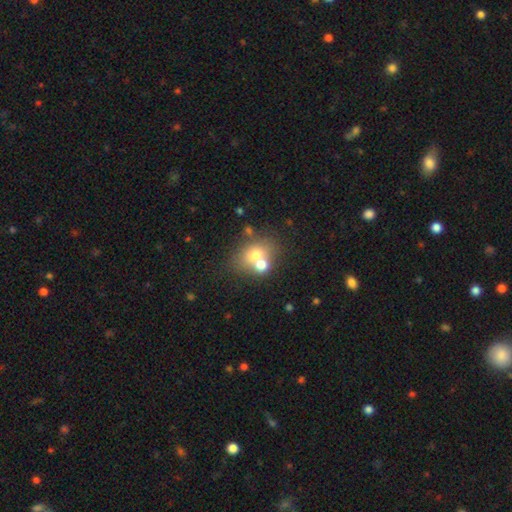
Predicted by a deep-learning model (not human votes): A smooth galaxy with no disk features (66%) that is round (56%).

Vote fractions:
- Smooth or featured? smooth: 66% / featured or disk: 21% / star or artifact: 13%
- How rounded? round: 56% / in between: 43% / cigar-shaped: 1%
- Merging? merger: 44% / none: 42% / minor disturbance: 9% / major disturbance: 5%